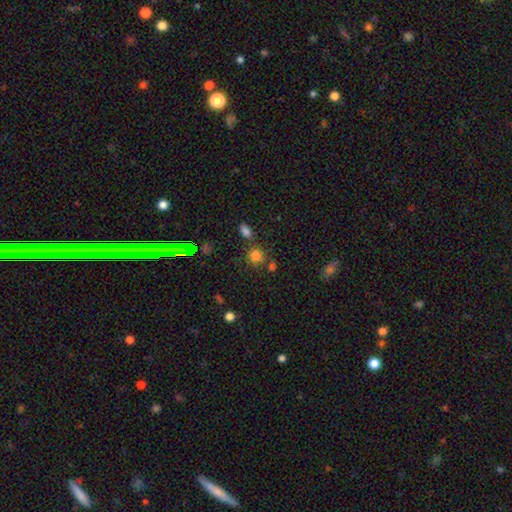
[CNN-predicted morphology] The model was most divided on "merging": none: 70%, merger: 15%, minor disturbance: 11%, major disturbance: 4%. More confident: how rounded — round (85%); smooth or featured — smooth (75%).